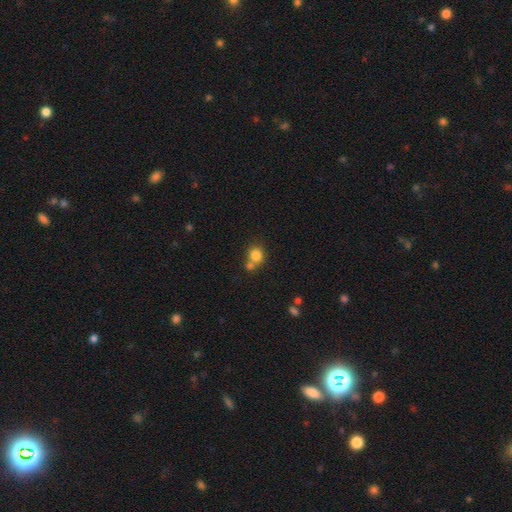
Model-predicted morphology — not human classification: smooth_or_featured: smooth (p=0.81) [alt: star or artifact p=0.11]
how_rounded: round (p=0.79) [alt: in between p=0.20]
merging: none (p=0.50) [alt: merger p=0.37]